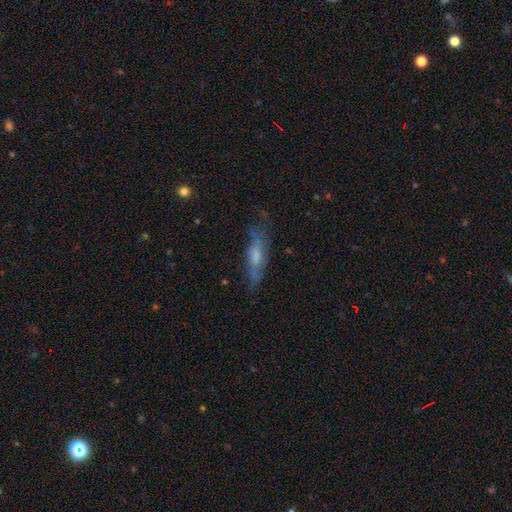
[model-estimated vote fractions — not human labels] This appears to be a featured or disk galaxy (52%) viewed edge-on (52%). Merging: none (62%).